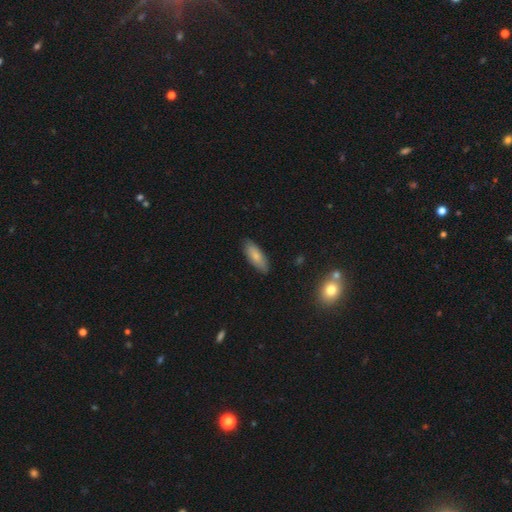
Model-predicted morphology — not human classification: This is clearly a smooth galaxy (81%). How rounded: likely in between (72%). Merging: clearly none (85%).